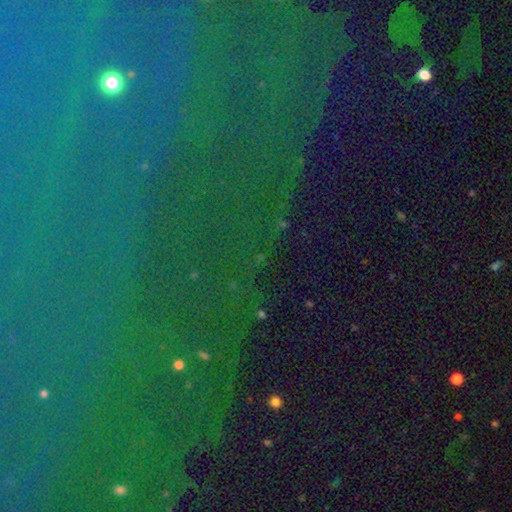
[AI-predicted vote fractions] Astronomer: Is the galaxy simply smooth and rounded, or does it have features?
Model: star or artifact — 85%.